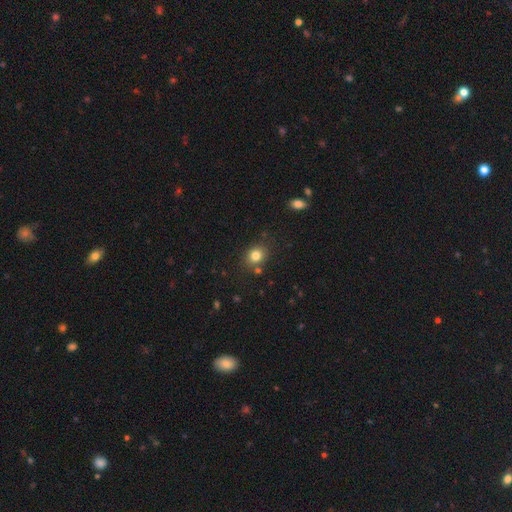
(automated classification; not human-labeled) Smooth or featured: smooth — 80% (star or artifact — 12%)
How rounded: round — 67% (in between — 32%)
Merging: none — 79% (minor disturbance — 11%)